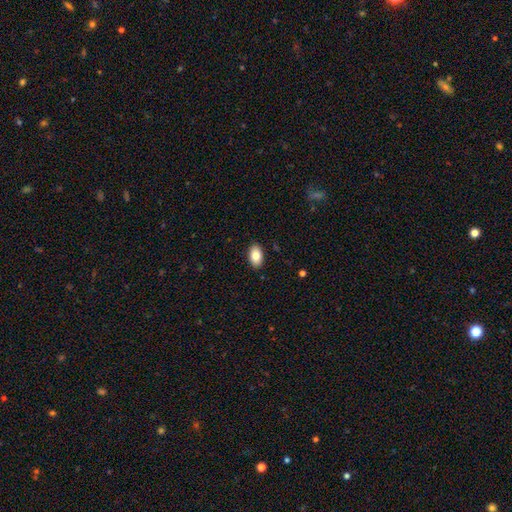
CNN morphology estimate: smooth 84%, featured or disk 9%, star or artifact 7%. Down the decision tree: how rounded — in between (93%); merging — none (90%).